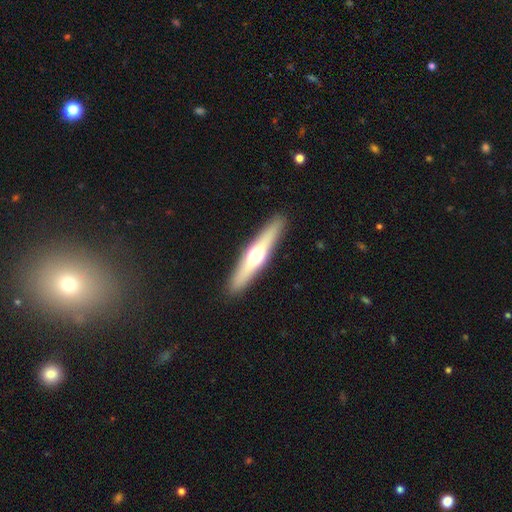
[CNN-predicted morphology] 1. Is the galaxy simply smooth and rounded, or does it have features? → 53% featured or disk, 42% smooth, 6% star or artifact.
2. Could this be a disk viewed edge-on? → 92% yes, 8% no.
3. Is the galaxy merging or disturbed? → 91% none, 7% minor disturbance, 2% major disturbance, 1% merger.